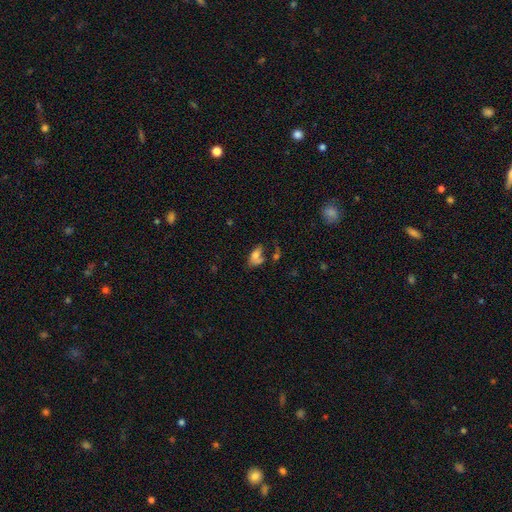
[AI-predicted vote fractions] Morphology: type=smooth (64%); roundness=in between (88%); merging=none (33%).